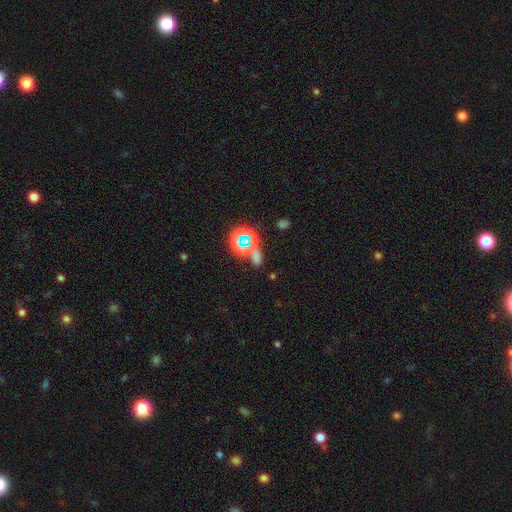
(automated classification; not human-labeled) star or artifact 61%, smooth 30%, featured or disk 9%.